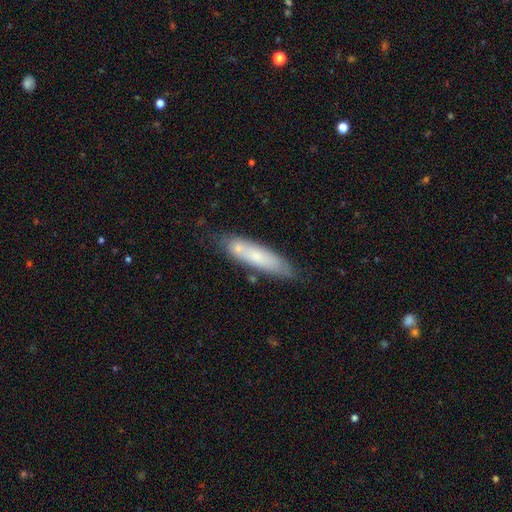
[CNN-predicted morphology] Smooth or featured?
  - smooth: 64% *
  - featured or disk: 29%
  - star or artifact: 7%
How rounded?
  - cigar-shaped: 73% *
  - in between: 25%
  - round: 2%
Merging?
  - none: 69% *
  - minor disturbance: 18%
  - merger: 9%
  - major disturbance: 4%